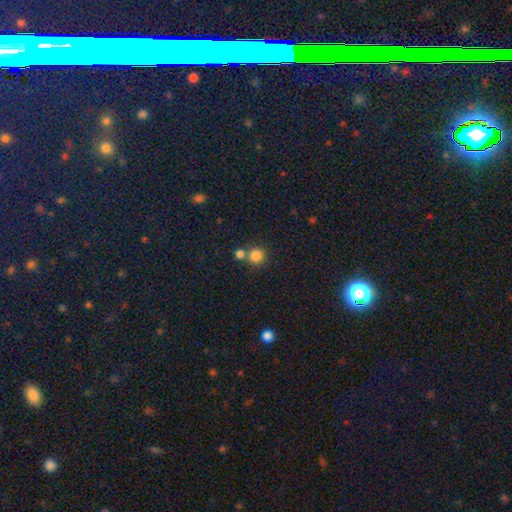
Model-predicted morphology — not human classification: Smooth or featured?
  - smooth: 82% *
  - star or artifact: 13%
  - featured or disk: 6%
How rounded?
  - round: 90% *
  - in between: 9%
  - cigar-shaped: 1%
Merging?
  - none: 59% *
  - merger: 31%
  - minor disturbance: 7%
  - major disturbance: 3%